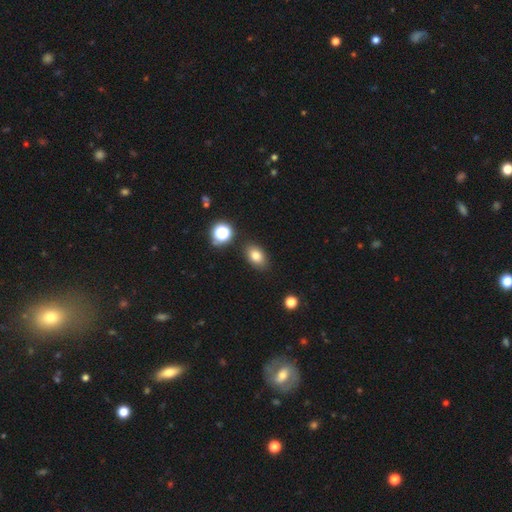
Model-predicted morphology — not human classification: Smooth or featured? smooth (80%)
How rounded? in between (83%)
Merging? none (85%)